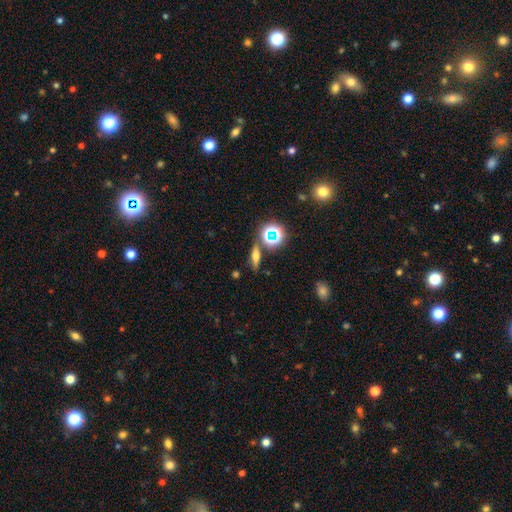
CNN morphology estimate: Smooth or featured? smooth (45%)
Merging? none (79%)